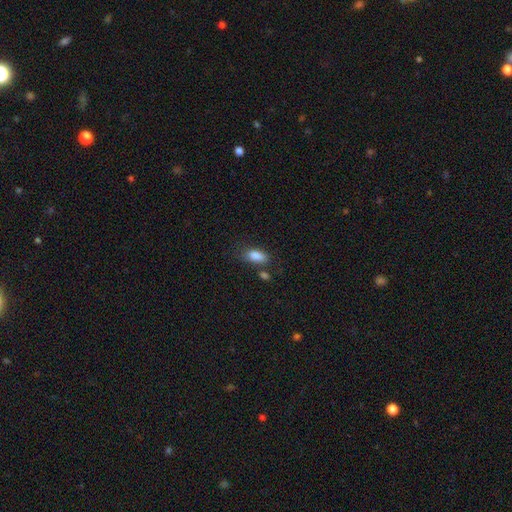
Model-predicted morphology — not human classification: smooth 85%, star or artifact 8%, featured or disk 7%. Down the decision tree: how rounded — in between (84%); merging — none (62%).